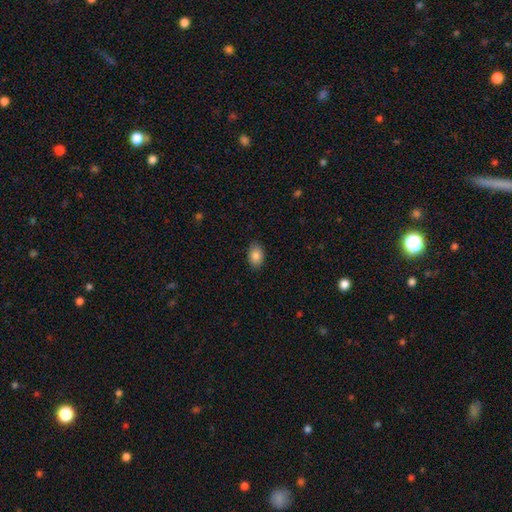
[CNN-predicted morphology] smooth_or_featured: smooth (p=0.86) [alt: star or artifact p=0.08]
how_rounded: in between (p=0.83) [alt: round p=0.16]
merging: none (p=0.87) [alt: minor disturbance p=0.10]